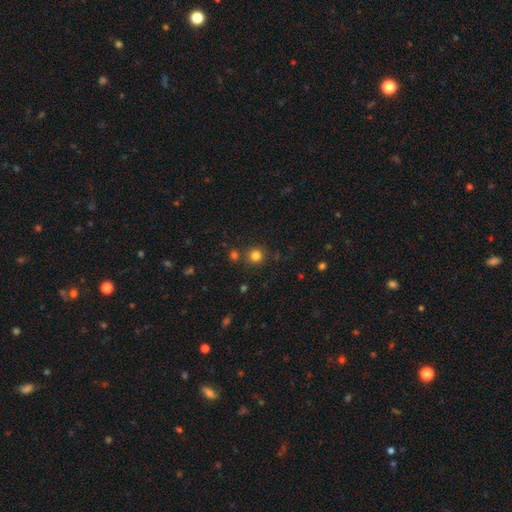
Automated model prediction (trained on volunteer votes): Smooth or featured?
  - smooth: 80% *
  - star or artifact: 14%
  - featured or disk: 5%
How rounded?
  - round: 93% *
  - in between: 6%
  - cigar-shaped: 1%
Merging?
  - none: 82% *
  - merger: 8%
  - minor disturbance: 7%
  - major disturbance: 3%